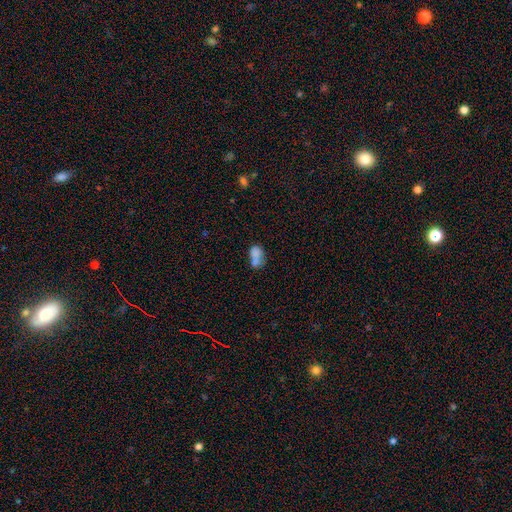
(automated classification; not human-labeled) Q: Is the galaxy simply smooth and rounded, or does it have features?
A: smooth — 72%.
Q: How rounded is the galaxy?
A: in between — 77%.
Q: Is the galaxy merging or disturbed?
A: merger — 54%.